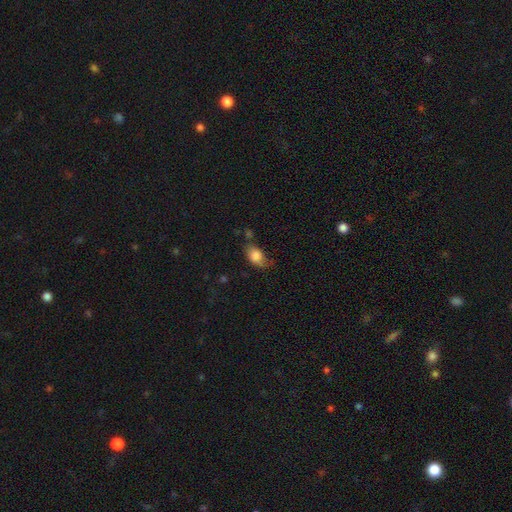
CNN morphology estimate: Smooth or featured? smooth (79%)
How rounded? in between (83%)
Merging? none (46%)